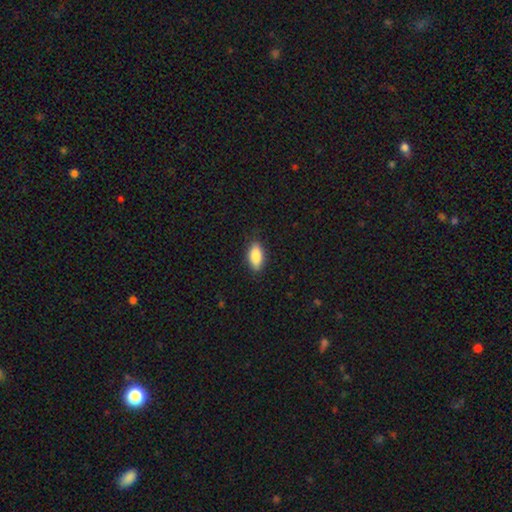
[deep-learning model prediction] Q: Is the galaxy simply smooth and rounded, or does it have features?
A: smooth — 87%.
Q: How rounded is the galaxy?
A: in between — 89%.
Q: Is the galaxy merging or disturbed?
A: none — 86%.